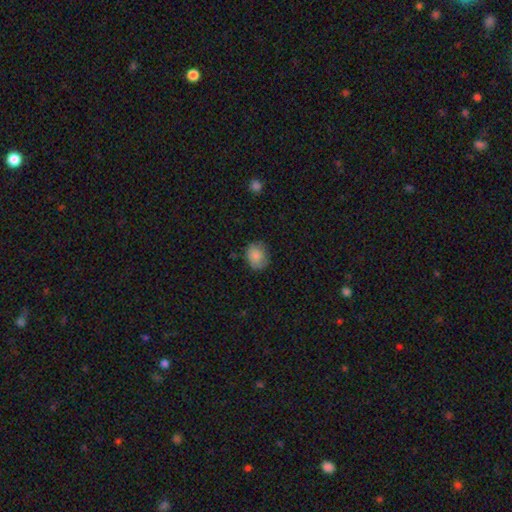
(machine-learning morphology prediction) This is clearly a smooth galaxy (84%). How rounded: likely round (61%). Merging: likely none (74%).